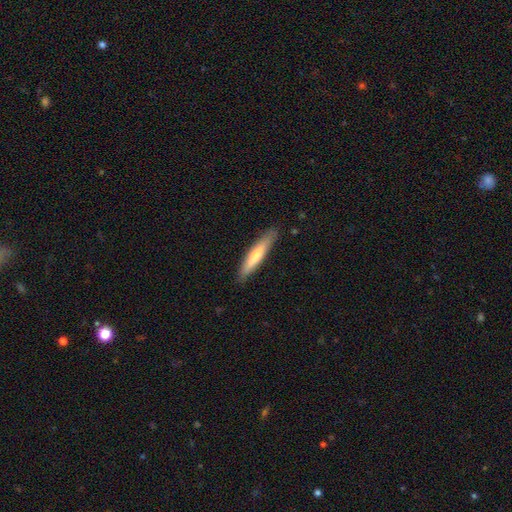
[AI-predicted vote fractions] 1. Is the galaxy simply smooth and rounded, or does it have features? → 66% smooth, 29% featured or disk, 5% star or artifact.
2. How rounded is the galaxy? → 91% cigar-shaped, 8% in between, 1% round.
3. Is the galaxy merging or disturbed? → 87% none, 10% minor disturbance, 2% major disturbance, 1% merger.